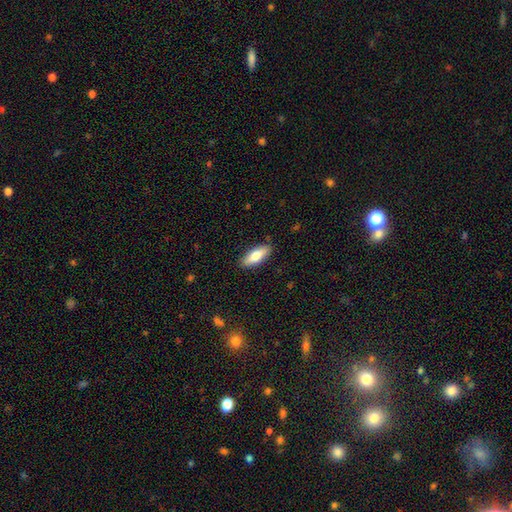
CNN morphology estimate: Smooth or featured? smooth (74%)
How rounded? in between (69%)
Merging? none (88%)